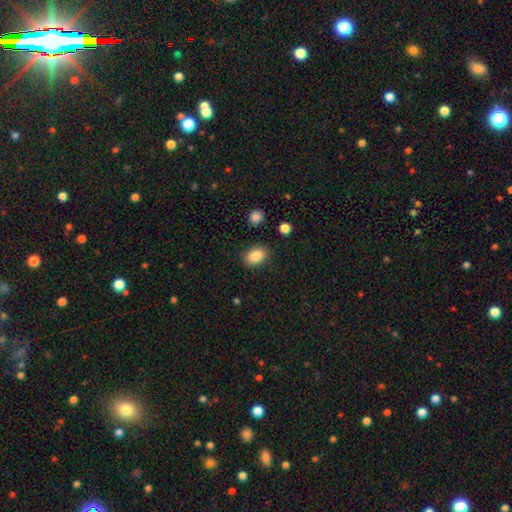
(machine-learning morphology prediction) This is clearly a smooth galaxy (87%). How rounded: clearly in between (81%). Merging: clearly none (85%).